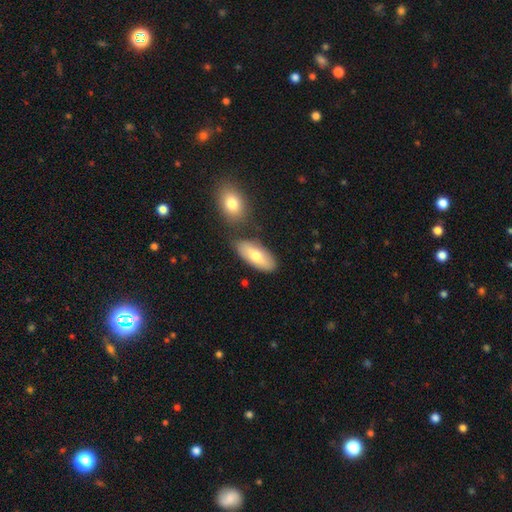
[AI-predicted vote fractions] Smooth or featured: smooth — 71% (featured or disk — 23%)
How rounded: in between — 84% (cigar-shaped — 14%)
Merging: none — 72% (minor disturbance — 13%)